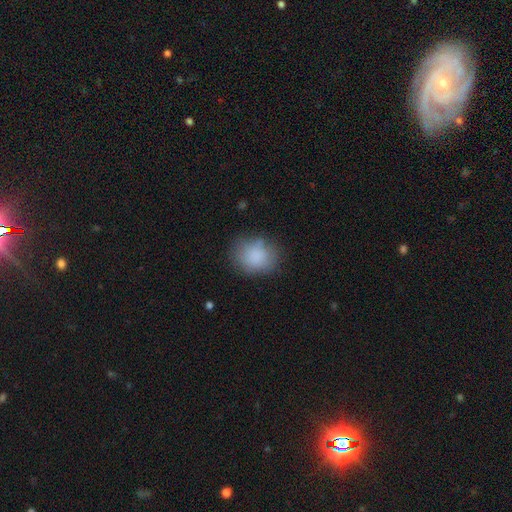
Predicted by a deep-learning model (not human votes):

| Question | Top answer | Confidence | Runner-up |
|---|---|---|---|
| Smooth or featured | smooth | 82% | featured or disk (9%) |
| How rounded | round | 62% | in between (37%) |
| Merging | none | 69% | minor disturbance (20%) |